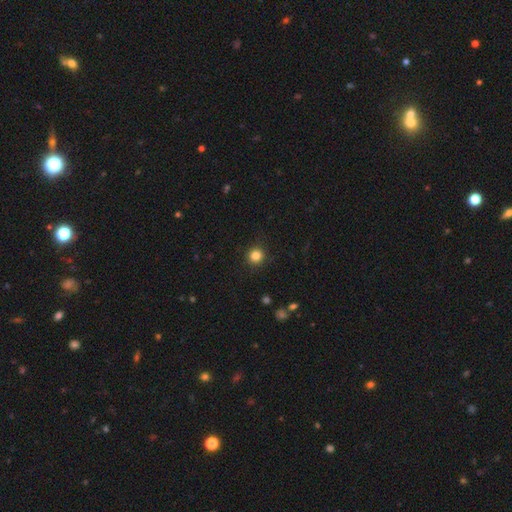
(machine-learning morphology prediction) smooth 83%, star or artifact 12%, featured or disk 5%. Down the decision tree: how rounded — round (94%); merging — none (91%).